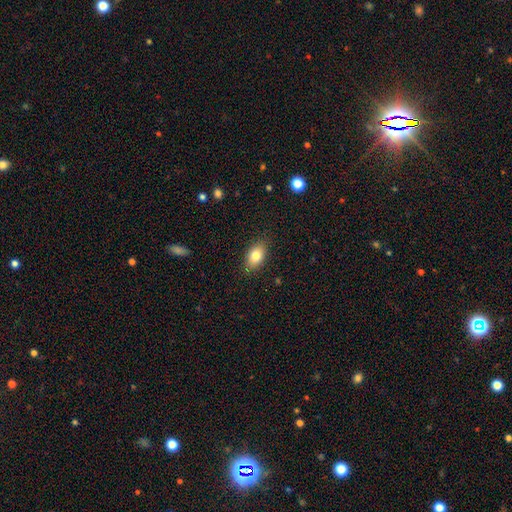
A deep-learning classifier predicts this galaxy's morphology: Smooth or featured? smooth (81%)
How rounded? in between (87%)
Merging? none (85%)